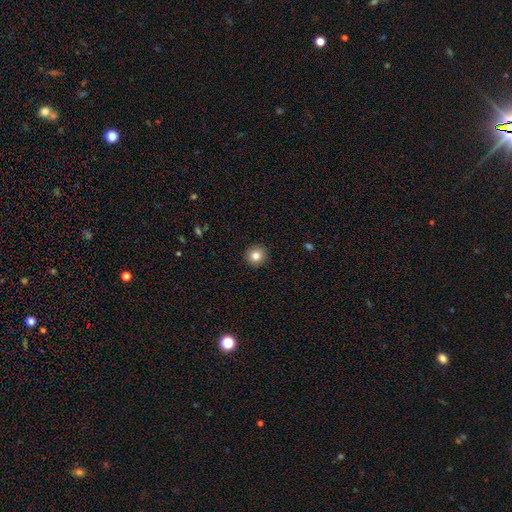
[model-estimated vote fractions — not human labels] The model was most divided on "smooth or featured": smooth: 82%, star or artifact: 10%, featured or disk: 7%. More confident: how rounded — round (94%); merging — none (92%).